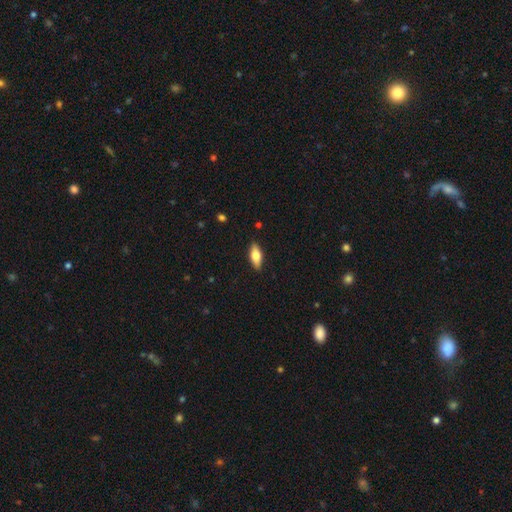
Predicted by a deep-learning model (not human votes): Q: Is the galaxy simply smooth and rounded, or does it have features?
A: smooth — 66%.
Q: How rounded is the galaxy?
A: in between — 76%.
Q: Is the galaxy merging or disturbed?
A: none — 89%.